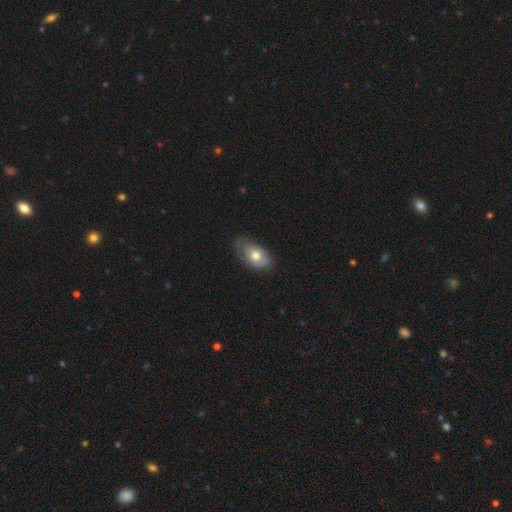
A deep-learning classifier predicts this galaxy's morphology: Q: Smooth or featured?
A: smooth (71%); runner-up: featured or disk (22%)
Q: How rounded?
A: in between (90%); runner-up: round (8%)
Q: Merging?
A: none (59%); runner-up: minor disturbance (32%)